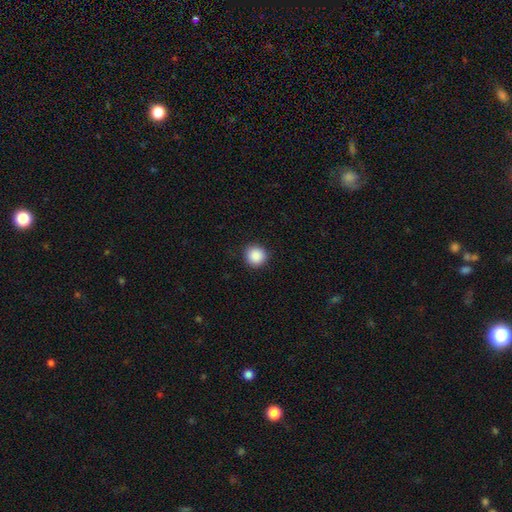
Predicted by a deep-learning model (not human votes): Morphology: type=smooth (89%); roundness=round (94%); merging=none (91%).